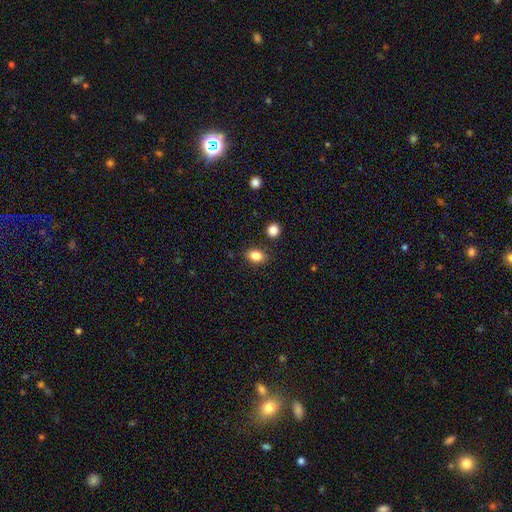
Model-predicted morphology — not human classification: Smooth or featured? smooth (85%)
How rounded? in between (75%)
Merging? none (83%)